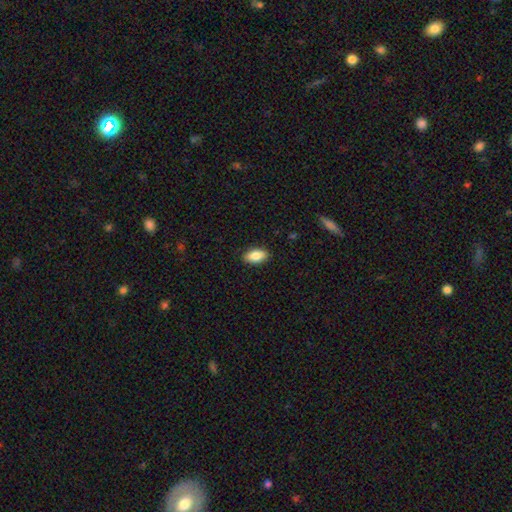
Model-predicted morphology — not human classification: This is clearly a smooth galaxy (85%). How rounded: clearly in between (91%). Merging: clearly none (89%).